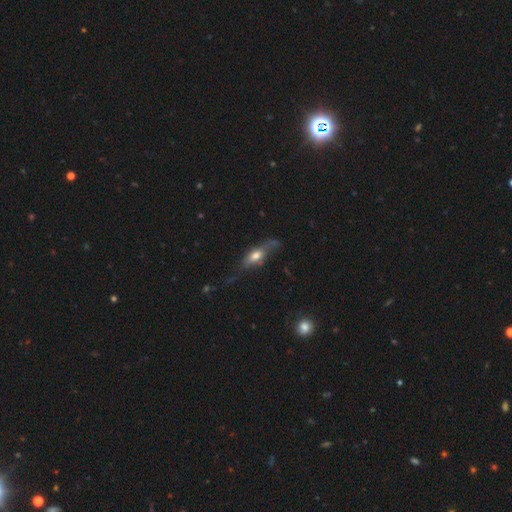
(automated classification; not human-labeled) smooth-or-featured: smooth: 56% | featured or disk: 36% | star or artifact: 8%
  how-rounded: in between: 65% | cigar-shaped: 29% | round: 5%
  merging: none: 43% | minor disturbance: 30% | major disturbance: 23% | merger: 4%